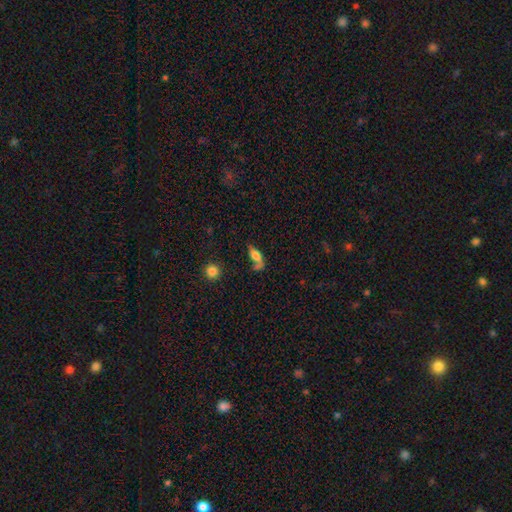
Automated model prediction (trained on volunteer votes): Smooth or featured?
  - smooth: 60% *
  - featured or disk: 31%
  - star or artifact: 10%
How rounded?
  - in between: 66% *
  - cigar-shaped: 27%
  - round: 6%
Merging?
  - none: 43% *
  - minor disturbance: 22%
  - merger: 18%
  - major disturbance: 16%